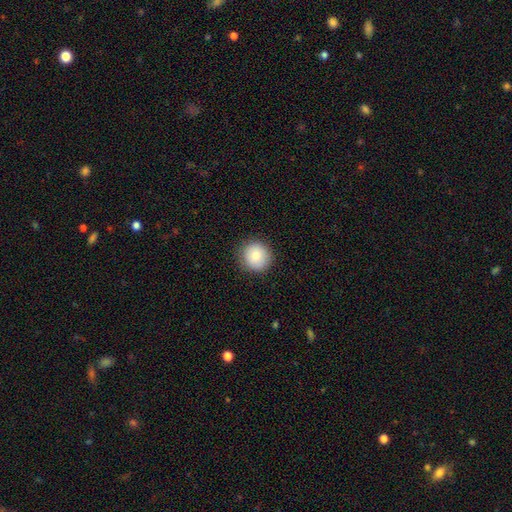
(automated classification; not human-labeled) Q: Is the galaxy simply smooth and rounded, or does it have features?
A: smooth — 81%.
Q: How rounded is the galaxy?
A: round — 92%.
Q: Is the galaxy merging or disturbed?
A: none — 88%.